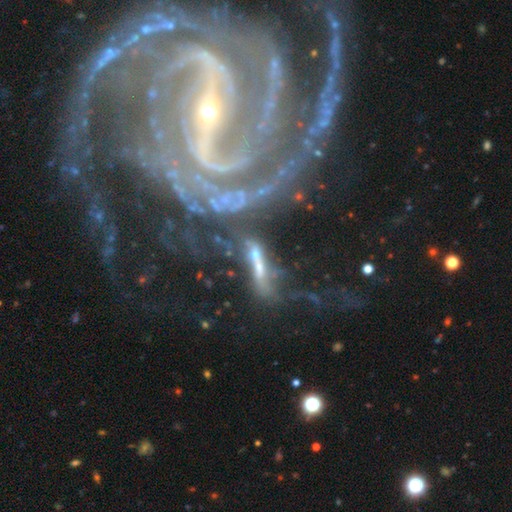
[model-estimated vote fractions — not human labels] Smooth or featured? Predicted: featured or disk (p=0.75). Edge-on disk? Predicted: no (p=0.89). Bar? Predicted: strong (p=0.45). Spiral arms? Predicted: yes (p=0.85). Spiral winding? Predicted: tight (p=0.42). Spiral arm count? Predicted: 2 (p=0.46). Bulge size? Predicted: small (p=0.65). Merging? Predicted: none (p=0.39).